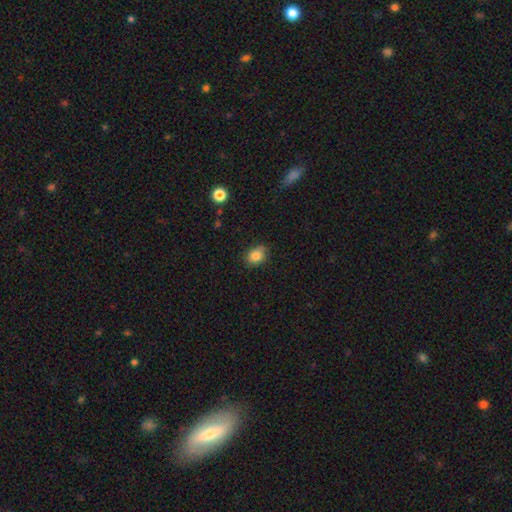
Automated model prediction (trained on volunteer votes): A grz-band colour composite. It shows a smooth galaxy with no disk features (84%) that is in between round and cigar-shaped (61%). Merging: none (77%).